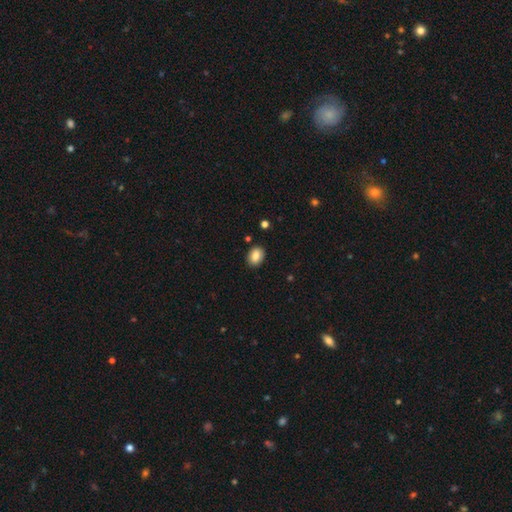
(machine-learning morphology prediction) Smooth or featured? smooth (83%)
How rounded? in between (65%)
Merging? none (89%)